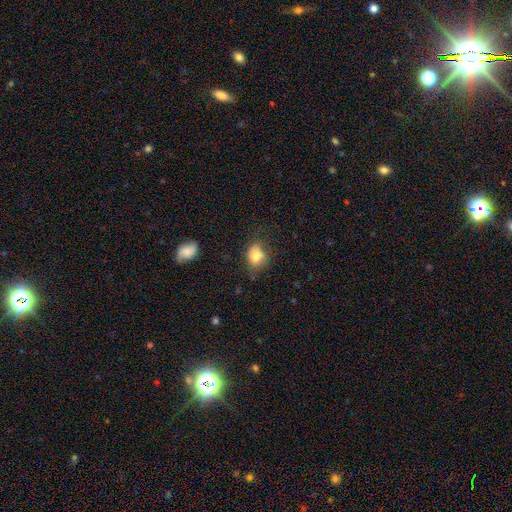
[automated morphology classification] smooth-or-featured: smooth: 76% | featured or disk: 13% | star or artifact: 10%
  how-rounded: in between: 61% | round: 38% | cigar-shaped: 2%
  merging: none: 59% | minor disturbance: 26% | major disturbance: 9% | merger: 5%